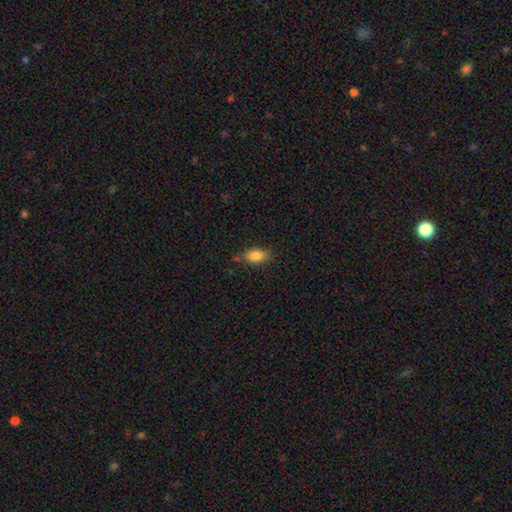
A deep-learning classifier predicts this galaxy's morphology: This is clearly a smooth galaxy (83%). How rounded: clearly in between (87%). Merging: likely none (76%).